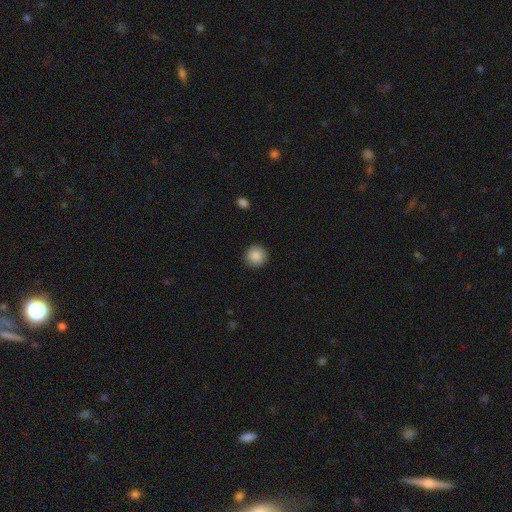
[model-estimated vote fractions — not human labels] Morphology: type=smooth (88%); roundness=round (94%); merging=none (91%).